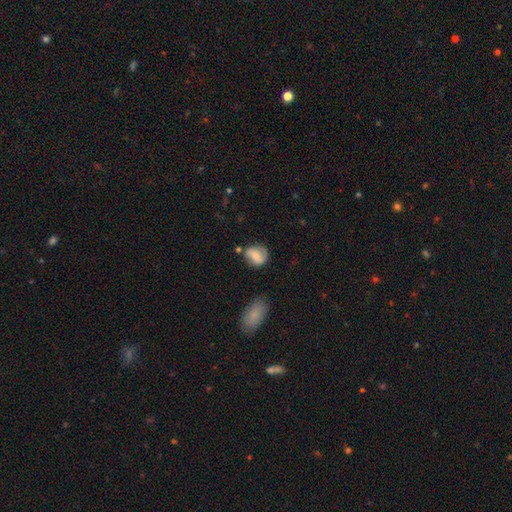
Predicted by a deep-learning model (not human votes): Smooth or featured: smooth — 50% (featured or disk — 42%)
How rounded: round — 63% (in between — 36%)
Merging: none — 59% (minor disturbance — 26%)